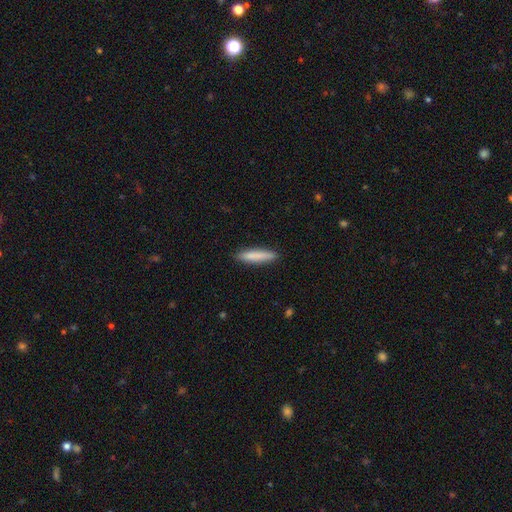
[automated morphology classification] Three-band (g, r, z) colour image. It shows a smooth galaxy with no disk features (83%) that is cigar-shaped (89%). Merging: none (89%).